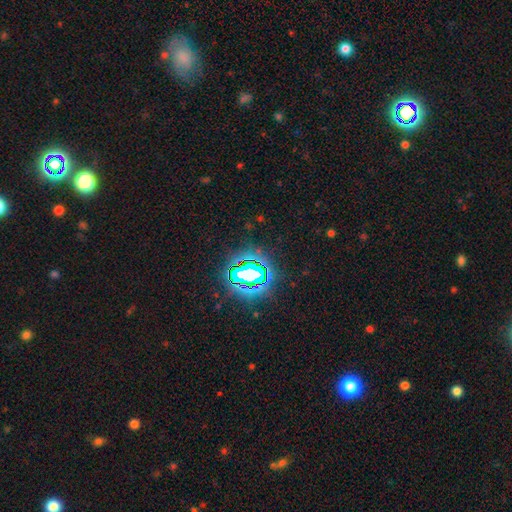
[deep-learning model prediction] Smooth or featured? star or artifact (82%)